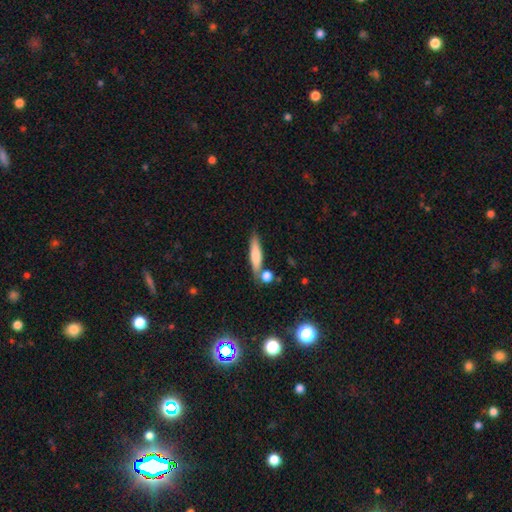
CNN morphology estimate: A smooth galaxy with no disk features (72%) that is cigar-shaped (80%).

Vote fractions:
- Smooth or featured? smooth: 72% / featured or disk: 21% / star or artifact: 6%
- How rounded? cigar-shaped: 80% / in between: 17% / round: 2%
- Merging? none: 71% / merger: 13% / minor disturbance: 13% / major disturbance: 3%